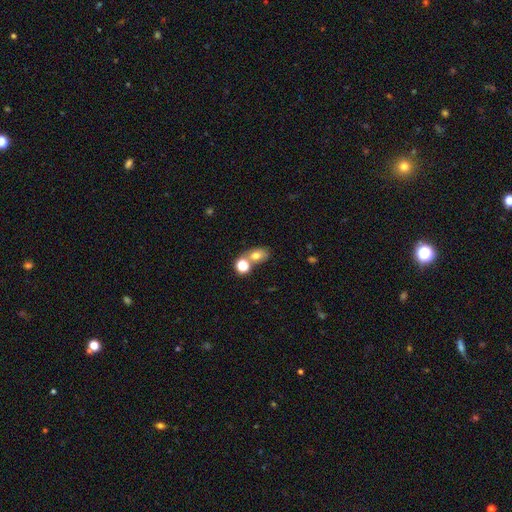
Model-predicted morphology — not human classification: type=smooth (71%); roundness=in between (67%); merging=none (51%).